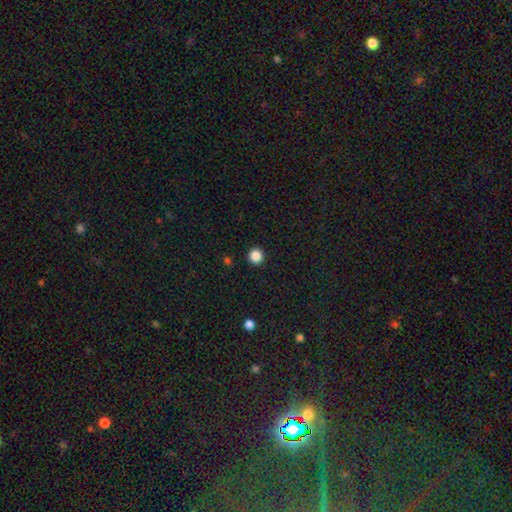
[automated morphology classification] Q: Smooth or featured?
A: smooth (87%); runner-up: star or artifact (11%)
Q: How rounded?
A: round (95%); runner-up: in between (4%)
Q: Merging?
A: none (93%); runner-up: minor disturbance (4%)